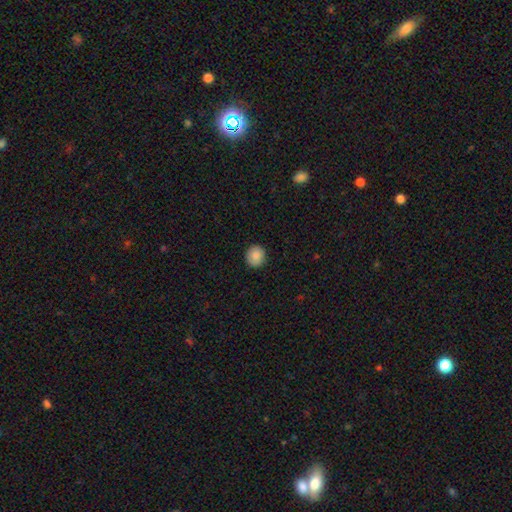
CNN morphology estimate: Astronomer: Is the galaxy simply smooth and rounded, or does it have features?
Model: smooth — 87%.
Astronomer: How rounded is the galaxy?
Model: round — 87%.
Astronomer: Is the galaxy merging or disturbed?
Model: none — 91%.